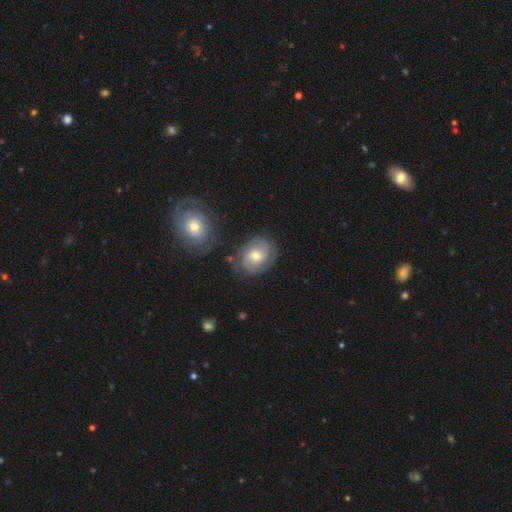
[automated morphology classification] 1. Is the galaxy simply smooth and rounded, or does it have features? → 67% featured or disk, 25% smooth, 7% star or artifact.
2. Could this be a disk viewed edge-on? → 97% no, 3% yes.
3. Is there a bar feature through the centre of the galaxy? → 68% no, 27% weak, 5% strong.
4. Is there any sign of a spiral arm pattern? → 90% yes, 10% no.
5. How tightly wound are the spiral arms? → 62% tight, 30% medium, 8% loose.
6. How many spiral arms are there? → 66% 2, 18% can't tell, 8% 3, 4% 1, 2% 4, 2% more than 4.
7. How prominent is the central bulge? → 68% moderate, 24% small, 5% large, 1% none, 1% dominant.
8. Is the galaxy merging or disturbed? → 75% none, 15% minor disturbance, 5% merger, 5% major disturbance.